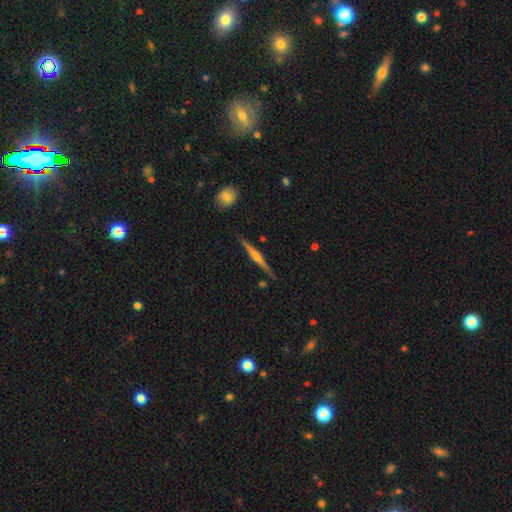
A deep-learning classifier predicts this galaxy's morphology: This appears to be a featured or disk galaxy (65%) viewed edge-on (98%) with a rounded central bulge (61%). Merging: none (88%).